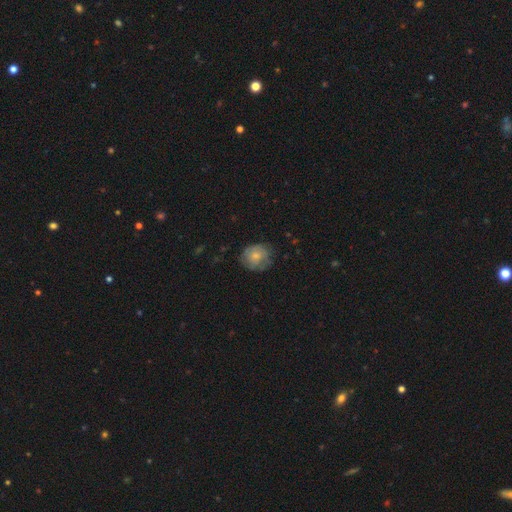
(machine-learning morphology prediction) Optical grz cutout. It shows a smooth galaxy with no disk features (71%) that is round (74%). Merging: none (68%).